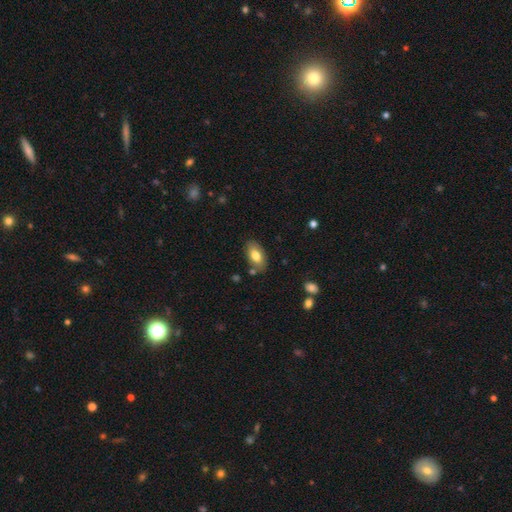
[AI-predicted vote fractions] smooth-or-featured: smooth: 77% | featured or disk: 17% | star or artifact: 7%
  how-rounded: in between: 93% | round: 4% | cigar-shaped: 3%
  merging: none: 81% | minor disturbance: 13% | merger: 4% | major disturbance: 3%